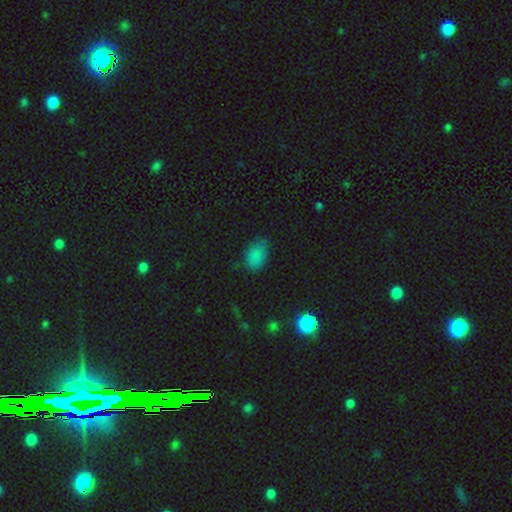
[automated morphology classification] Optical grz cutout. It shows a smooth galaxy with no disk features (79%) that is in between round and cigar-shaped (87%). Merging: none (68%).